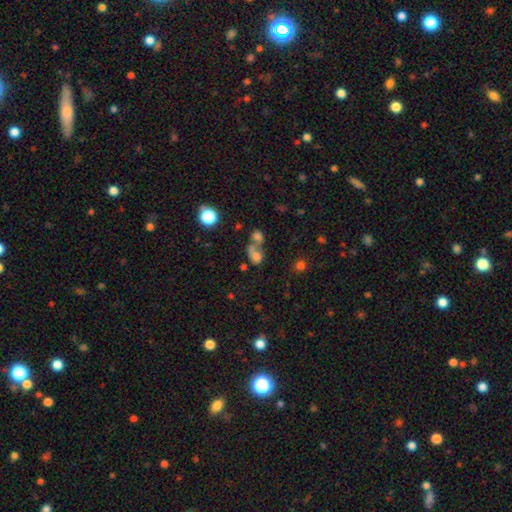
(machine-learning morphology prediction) smooth_or_featured: smooth (p=0.66) [alt: star or artifact p=0.18]
how_rounded: in between (p=0.50) [alt: round p=0.48]
merging: merger (p=0.61) [alt: none p=0.21]